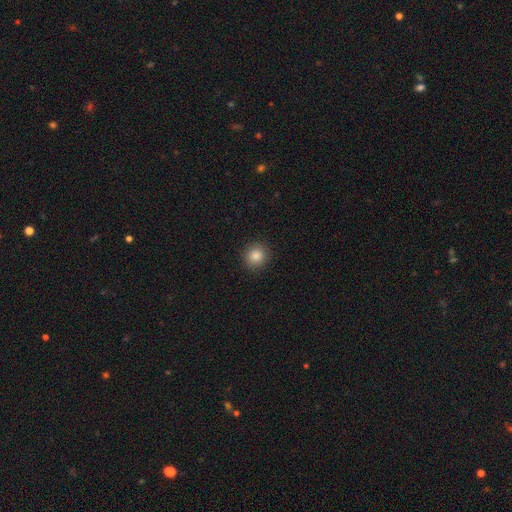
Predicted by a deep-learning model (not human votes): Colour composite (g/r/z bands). It shows a smooth galaxy with no disk features (85%) that is round (87%). Merging: none (91%).